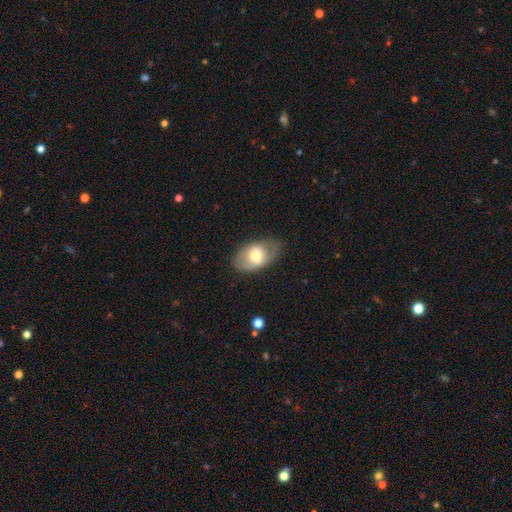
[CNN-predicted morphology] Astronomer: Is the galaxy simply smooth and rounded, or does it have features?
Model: smooth — 58% (runner-up: featured or disk, 35%).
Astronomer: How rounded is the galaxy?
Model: in between — 86%.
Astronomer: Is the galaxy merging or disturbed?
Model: none — 74%.